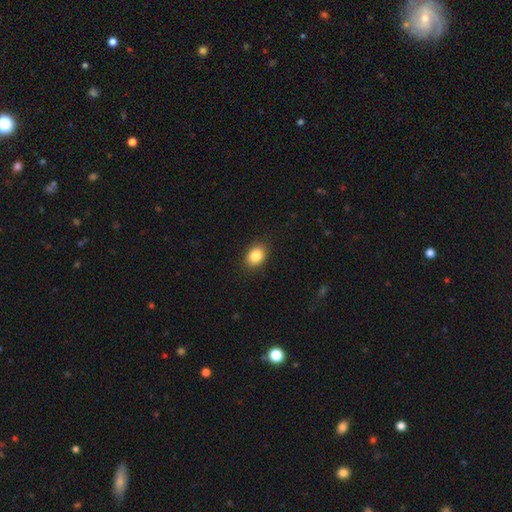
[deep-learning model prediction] Smooth or featured? Predicted: smooth (p=0.85). How rounded? Predicted: in between (p=0.70). Merging? Predicted: none (p=0.89).